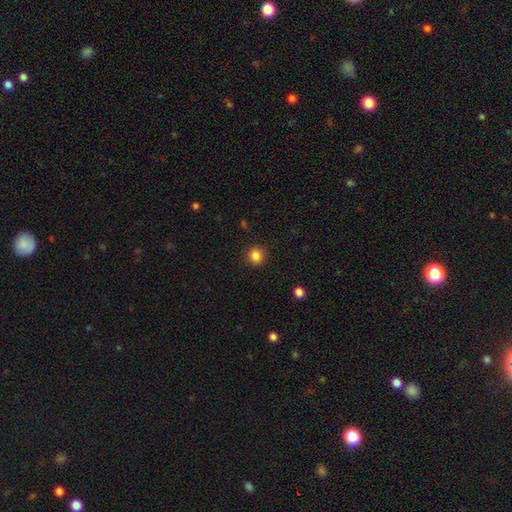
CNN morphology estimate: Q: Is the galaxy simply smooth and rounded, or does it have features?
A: smooth — 85%.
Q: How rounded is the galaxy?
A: round — 86%.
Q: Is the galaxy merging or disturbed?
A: none — 90%.